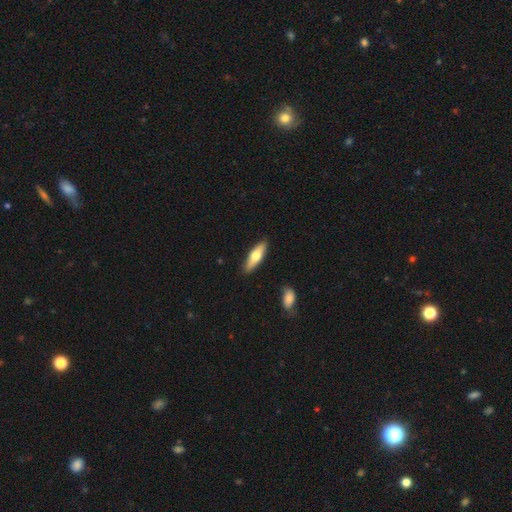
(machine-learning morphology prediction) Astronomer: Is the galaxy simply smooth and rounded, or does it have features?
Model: smooth — 62%.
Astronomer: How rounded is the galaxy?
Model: cigar-shaped — 52% (runner-up: in between, 46%).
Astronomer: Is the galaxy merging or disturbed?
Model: none — 88%.